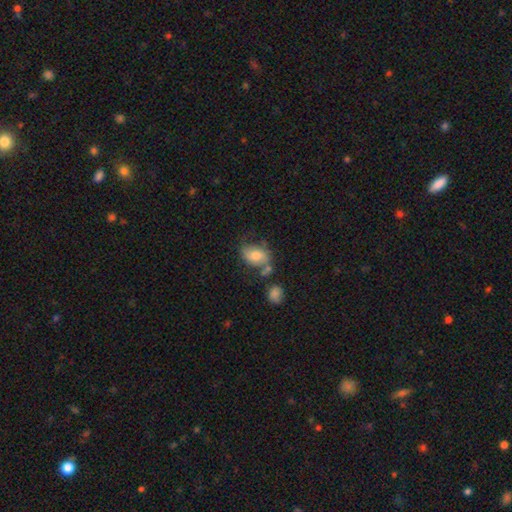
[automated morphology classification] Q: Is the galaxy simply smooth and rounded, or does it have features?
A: smooth — 65%.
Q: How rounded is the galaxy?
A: in between — 79%.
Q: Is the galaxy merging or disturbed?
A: none — 47%.